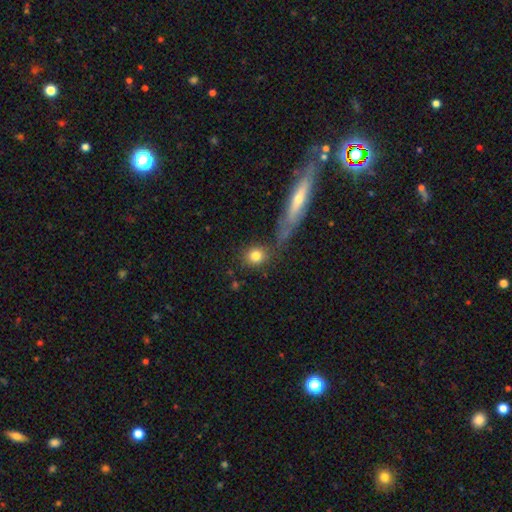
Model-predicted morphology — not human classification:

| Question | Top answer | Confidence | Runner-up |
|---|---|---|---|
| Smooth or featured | smooth | 80% | featured or disk (10%) |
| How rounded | round | 79% | in between (18%) |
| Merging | none | 71% | merger (12%) |